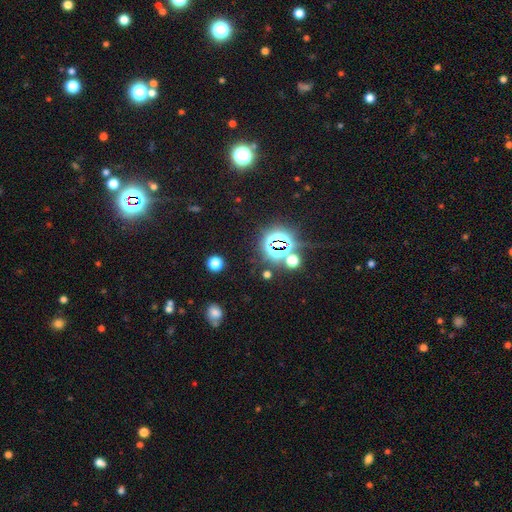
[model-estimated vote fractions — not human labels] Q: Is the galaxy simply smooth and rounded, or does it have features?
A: star or artifact — 80%.